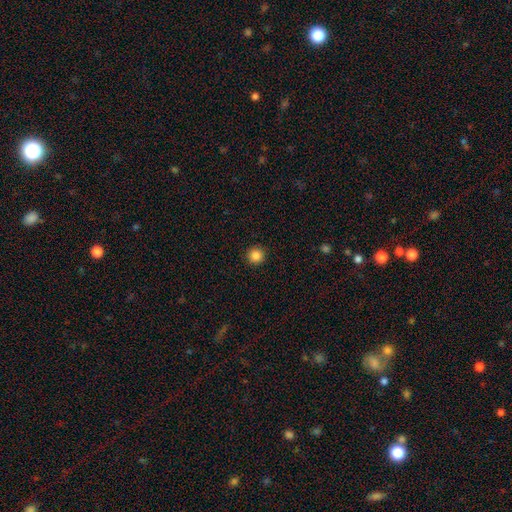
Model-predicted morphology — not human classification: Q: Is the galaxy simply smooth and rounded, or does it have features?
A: smooth — 86%.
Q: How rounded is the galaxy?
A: round — 96%.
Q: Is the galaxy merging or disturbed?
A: none — 93%.